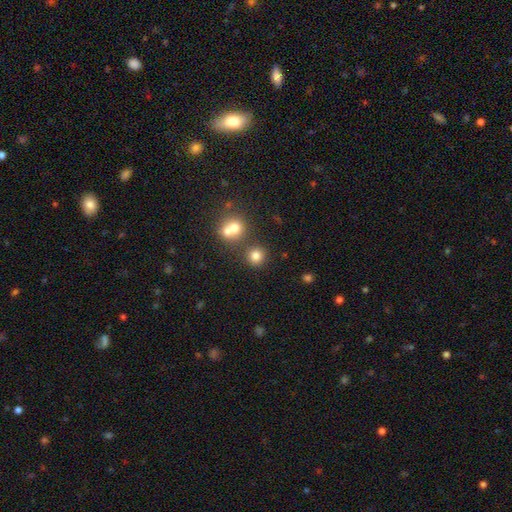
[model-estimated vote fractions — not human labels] smooth-or-featured: smooth: 79% | star or artifact: 13% | featured or disk: 8%
  how-rounded: round: 89% | in between: 10% | cigar-shaped: 1%
  merging: none: 74% | merger: 15% | minor disturbance: 8% | major disturbance: 3%